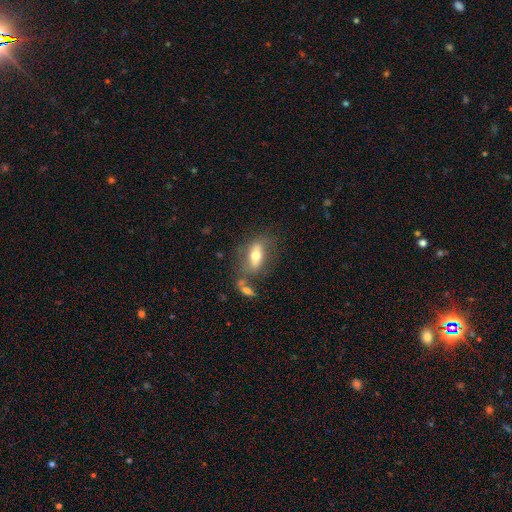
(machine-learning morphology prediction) The model was most divided on "smooth or featured": smooth: 54%, featured or disk: 38%, star or artifact: 8%. More confident: how rounded — in between (74%); merging — none (60%).